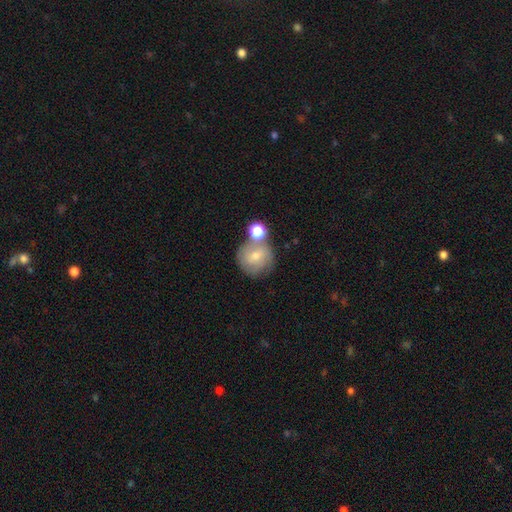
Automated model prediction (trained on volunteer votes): This appears to be a smooth galaxy with no disk features (61%) that is round (87%). Merging: none (49%).